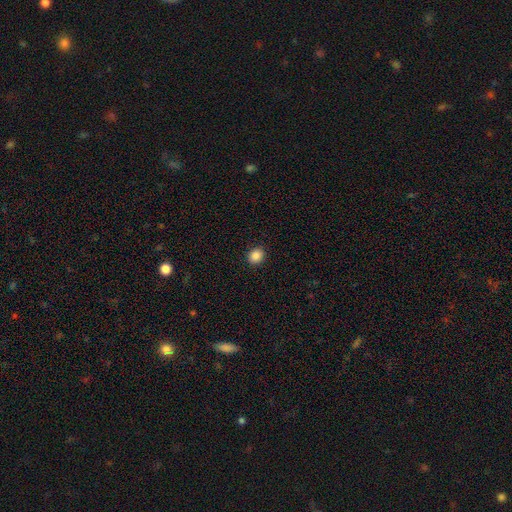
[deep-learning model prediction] Smooth or featured?
  - smooth: 87% *
  - star or artifact: 10%
  - featured or disk: 3%
How rounded?
  - round: 70% *
  - in between: 29%
  - cigar-shaped: 1%
Merging?
  - none: 91% *
  - minor disturbance: 6%
  - major disturbance: 2%
  - merger: 1%